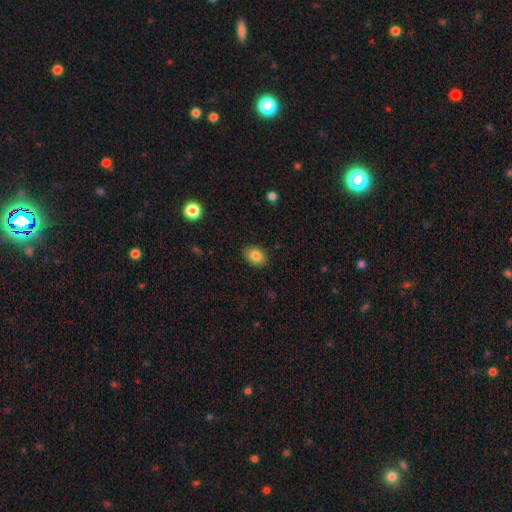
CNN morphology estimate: The model was most divided on "how rounded": in between: 69%, round: 30%, cigar-shaped: 1%. More confident: merging — none (88%); smooth or featured — smooth (84%).